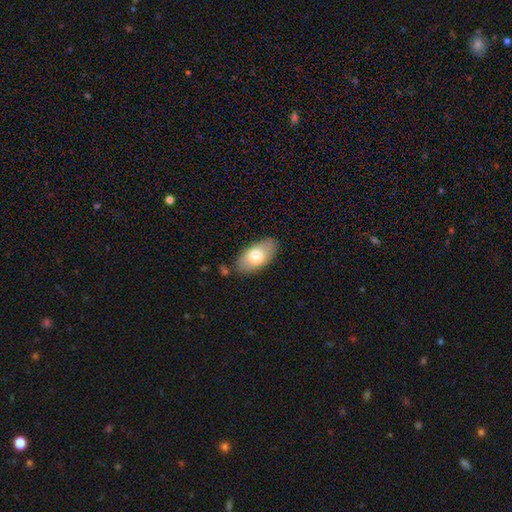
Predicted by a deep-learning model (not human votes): Smooth or featured?
  - smooth: 74% *
  - featured or disk: 20%
  - star or artifact: 6%
How rounded?
  - in between: 94% *
  - cigar-shaped: 3%
  - round: 3%
Merging?
  - none: 82% *
  - minor disturbance: 13%
  - major disturbance: 3%
  - merger: 2%